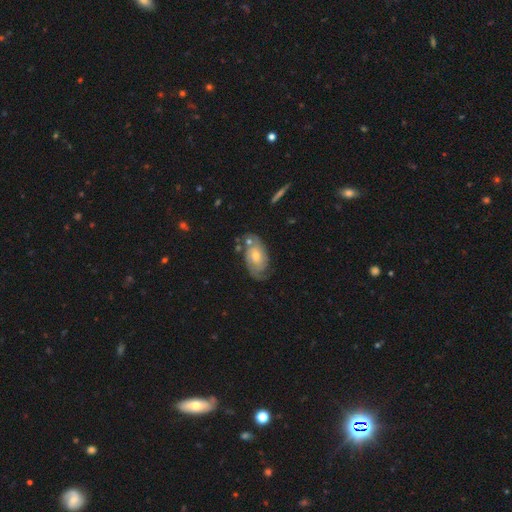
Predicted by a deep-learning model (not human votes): The model was most divided on "spiral winding": tight: 52%, medium: 35%, loose: 13%. More confident: edge-on disk — no (95%); spiral arms — yes (91%); smooth or featured — featured or disk (72%); bar — no (70%); merging — none (64%); spiral arm count — 2 (62%); bulge size — moderate (57%).